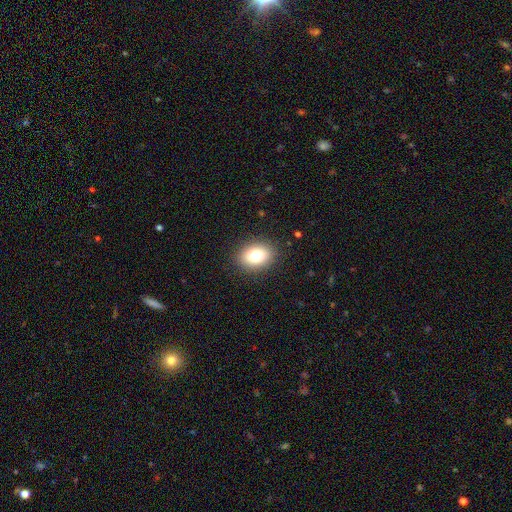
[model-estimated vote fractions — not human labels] A smooth galaxy with no disk features (80%) that is in between round and cigar-shaped (67%). Merging: none (88%).